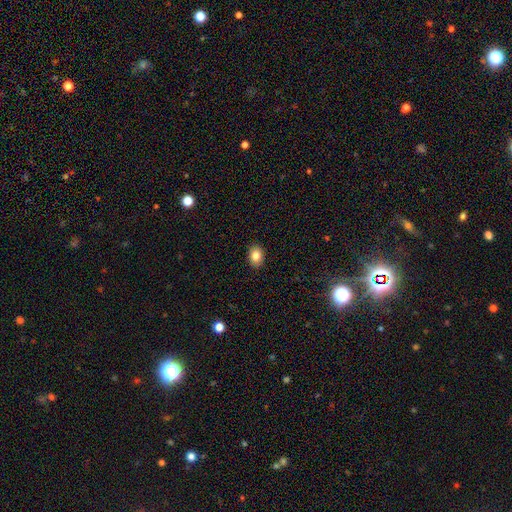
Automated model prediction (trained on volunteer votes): Overall: smooth (83%). How rounded: in between (71%). Merging: none (90%).